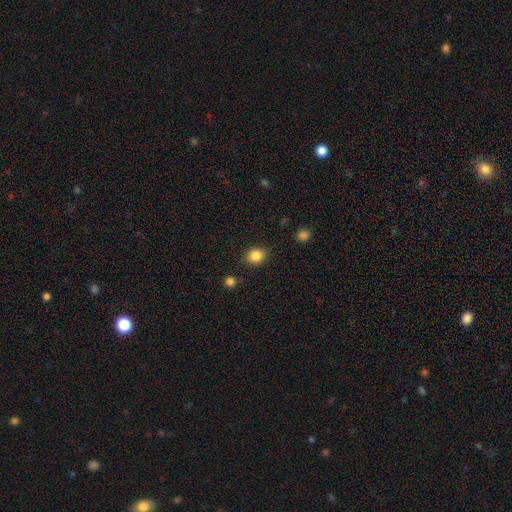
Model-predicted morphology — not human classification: Smooth or featured? smooth (85%)
How rounded? round (70%)
Merging? none (85%)